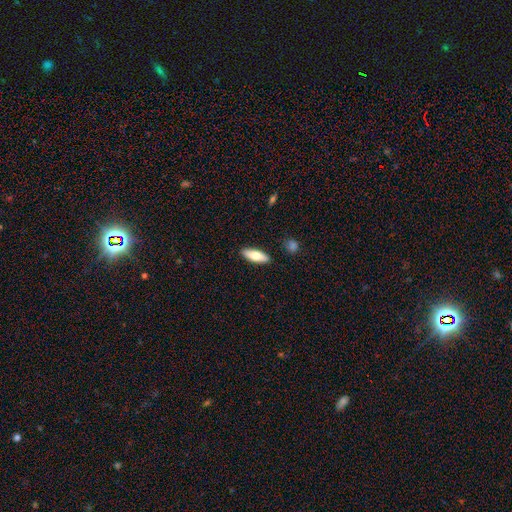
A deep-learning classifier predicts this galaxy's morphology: This is likely a smooth galaxy (70%). How rounded: likely in between (62%). Merging: clearly none (88%).